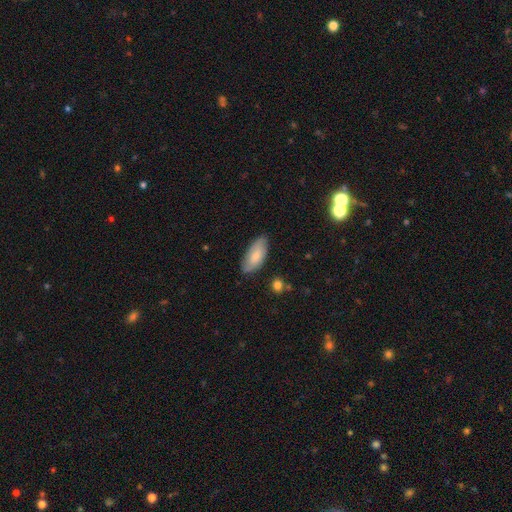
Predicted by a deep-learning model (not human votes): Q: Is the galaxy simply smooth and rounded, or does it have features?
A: smooth — 72%.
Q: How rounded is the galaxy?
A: in between — 89%.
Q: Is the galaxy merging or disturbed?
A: none — 76%.